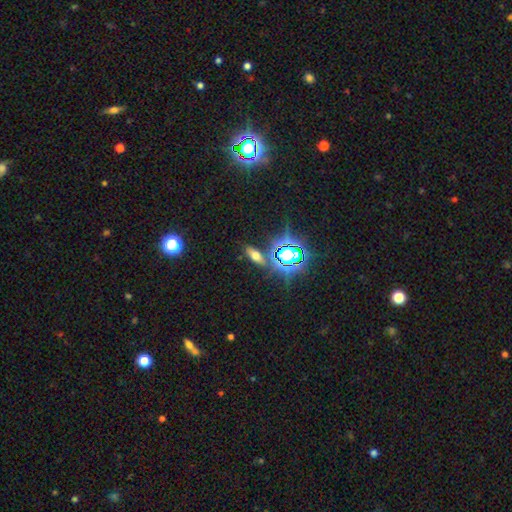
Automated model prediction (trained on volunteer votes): Smooth or featured? Predicted: smooth (p=0.49). Merging? Predicted: none (p=0.81).